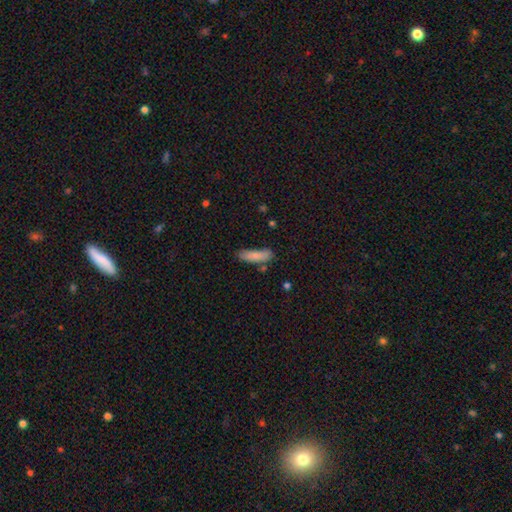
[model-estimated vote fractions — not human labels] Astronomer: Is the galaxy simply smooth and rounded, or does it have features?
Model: smooth — 83%.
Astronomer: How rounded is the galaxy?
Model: cigar-shaped — 60% (runner-up: in between, 38%).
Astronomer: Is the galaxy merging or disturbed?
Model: none — 65%.